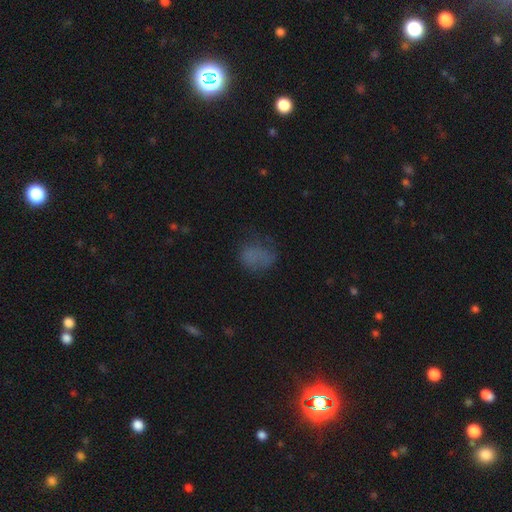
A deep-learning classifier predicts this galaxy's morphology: Q: Smooth or featured?
A: smooth (64%); runner-up: star or artifact (20%)
Q: How rounded?
A: in between (56%); runner-up: round (42%)
Q: Merging?
A: none (46%); runner-up: minor disturbance (26%)